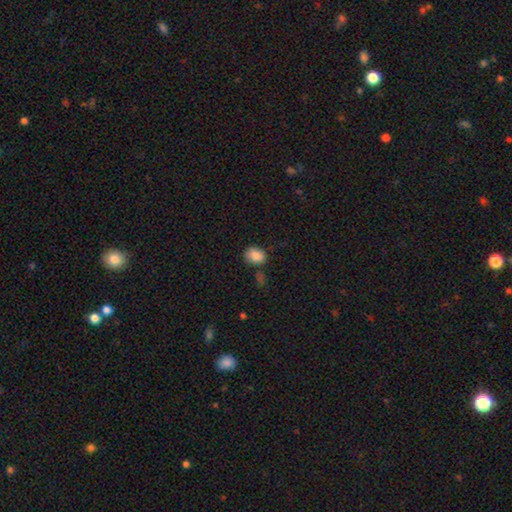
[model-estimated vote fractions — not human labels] Q: Smooth or featured?
A: smooth (86%); runner-up: star or artifact (9%)
Q: How rounded?
A: in between (60%); runner-up: round (39%)
Q: Merging?
A: none (65%); runner-up: minor disturbance (21%)